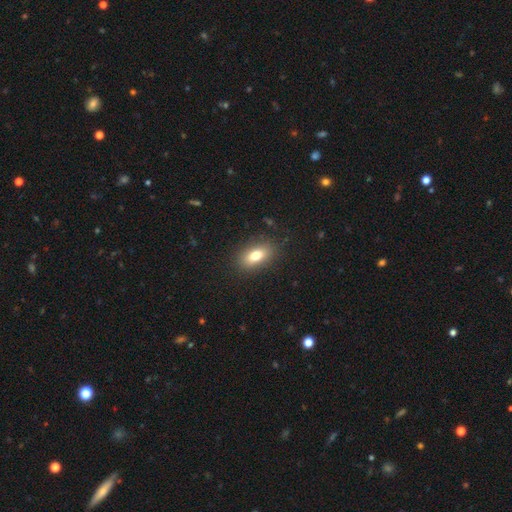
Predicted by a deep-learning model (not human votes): Smooth or featured?
  - smooth: 78% *
  - featured or disk: 13%
  - star or artifact: 9%
How rounded?
  - in between: 86% *
  - round: 8%
  - cigar-shaped: 6%
Merging?
  - none: 86% *
  - minor disturbance: 10%
  - major disturbance: 3%
  - merger: 1%